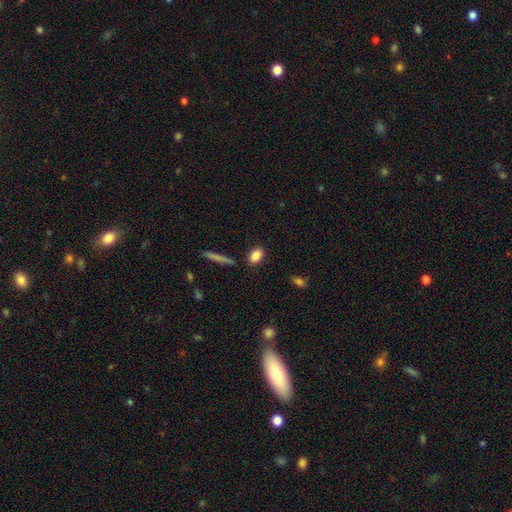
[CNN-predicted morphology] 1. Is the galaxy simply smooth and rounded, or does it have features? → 84% smooth, 8% star or artifact, 8% featured or disk.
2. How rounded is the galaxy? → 78% in between, 17% round, 5% cigar-shaped.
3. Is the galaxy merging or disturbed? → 85% none, 9% minor disturbance, 3% merger, 3% major disturbance.